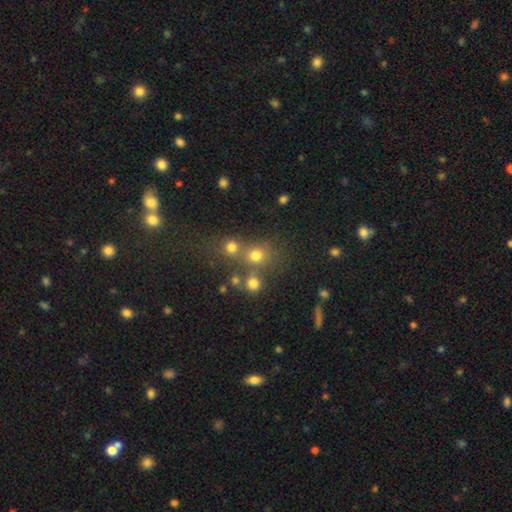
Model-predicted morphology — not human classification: Q: Smooth or featured?
A: smooth (73%); runner-up: star or artifact (18%)
Q: How rounded?
A: round (83%); runner-up: in between (16%)
Q: Merging?
A: none (54%); runner-up: merger (33%)